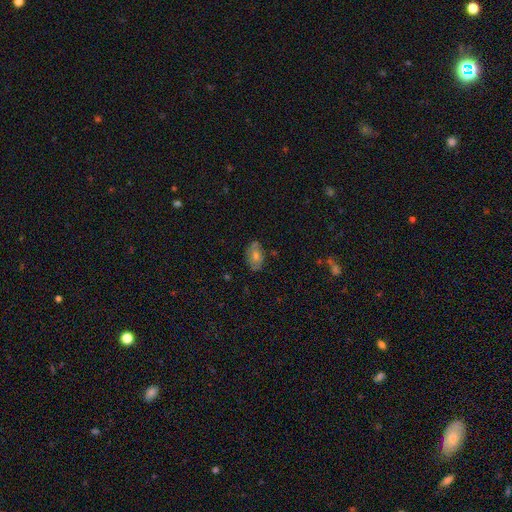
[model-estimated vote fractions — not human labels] smooth 51%, featured or disk 36%, star or artifact 14%. Down the decision tree: how rounded — in between (85%); merging — none (74%).